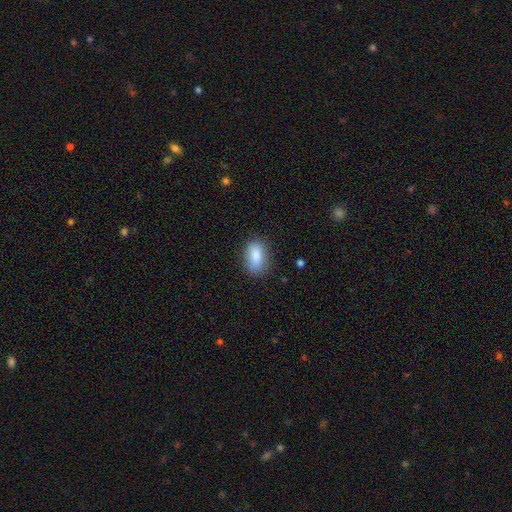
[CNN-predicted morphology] Q: Smooth or featured?
A: smooth (86%); runner-up: star or artifact (8%)
Q: How rounded?
A: in between (87%); runner-up: round (8%)
Q: Merging?
A: none (80%); runner-up: minor disturbance (15%)